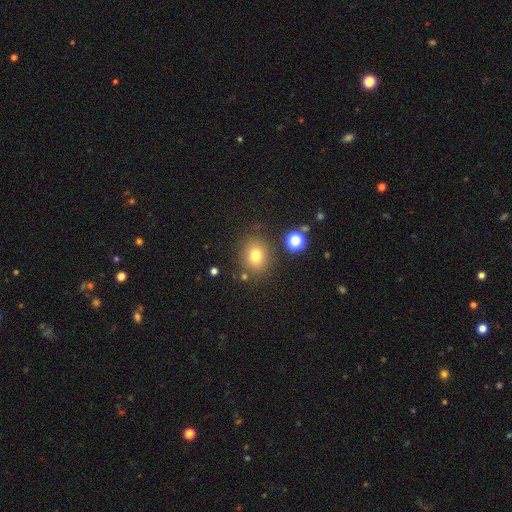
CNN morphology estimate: Smooth or featured?
  - smooth: 76% *
  - star or artifact: 15%
  - featured or disk: 10%
How rounded?
  - round: 64% *
  - in between: 35%
  - cigar-shaped: 1%
Merging?
  - none: 81% *
  - minor disturbance: 10%
  - merger: 5%
  - major disturbance: 4%